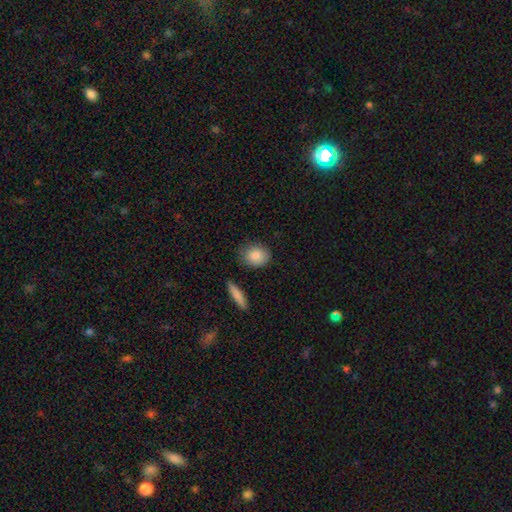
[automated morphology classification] A smooth galaxy with no disk features (86%) that is round (57%). Merging: none (81%).